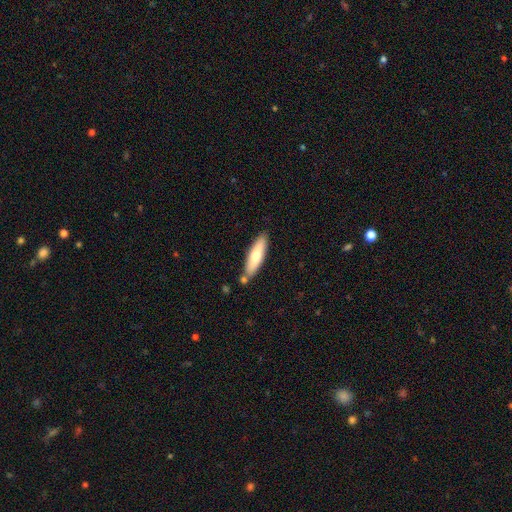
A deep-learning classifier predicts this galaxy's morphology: Smooth or featured: smooth — 67% (featured or disk — 28%)
How rounded: cigar-shaped — 66% (in between — 33%)
Merging: none — 77% (minor disturbance — 12%)